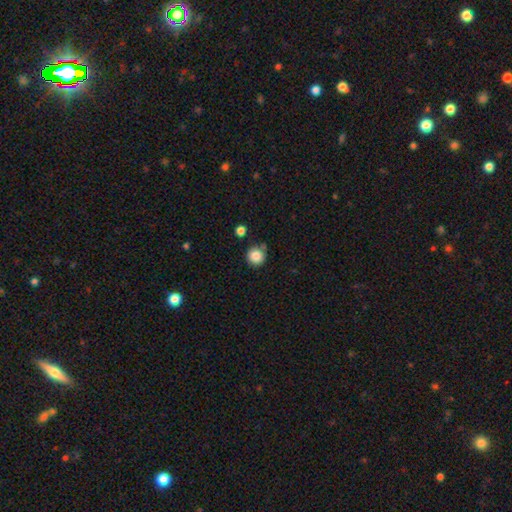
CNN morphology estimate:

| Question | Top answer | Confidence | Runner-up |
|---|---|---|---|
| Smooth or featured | smooth | 86% | star or artifact (10%) |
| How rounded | round | 94% | in between (5%) |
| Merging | none | 78% | minor disturbance (12%) |